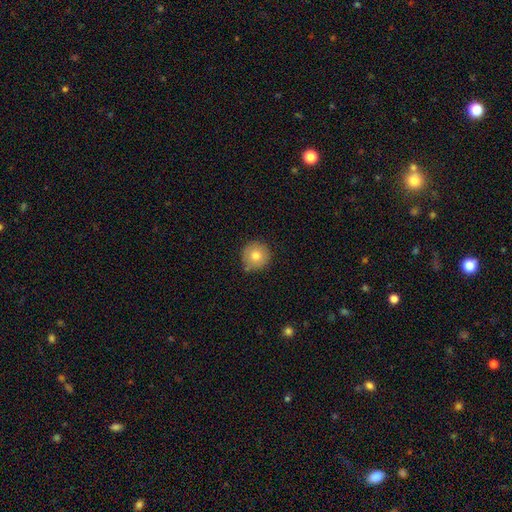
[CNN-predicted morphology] The model was most divided on "smooth or featured": smooth: 78%, featured or disk: 13%, star or artifact: 9%. More confident: how rounded — round (94%); merging — none (81%).